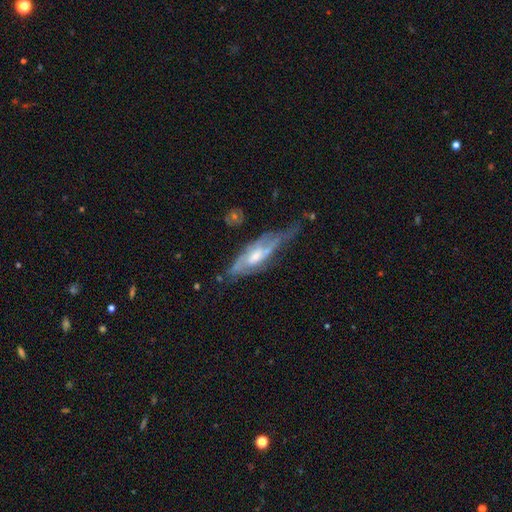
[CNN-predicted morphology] Smooth or featured?
  - featured or disk: 72% *
  - smooth: 21%
  - star or artifact: 7%
Edge-on disk?
  - no: 61% *
  - yes: 39%
Merging?
  - none: 38% *
  - minor disturbance: 32%
  - major disturbance: 25%
  - merger: 4%